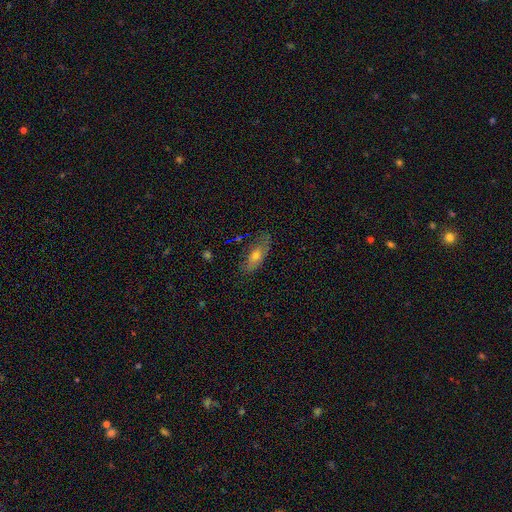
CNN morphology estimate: Smooth or featured? Predicted: smooth (p=0.59). How rounded? Predicted: in between (p=0.73). Merging? Predicted: none (p=0.71).